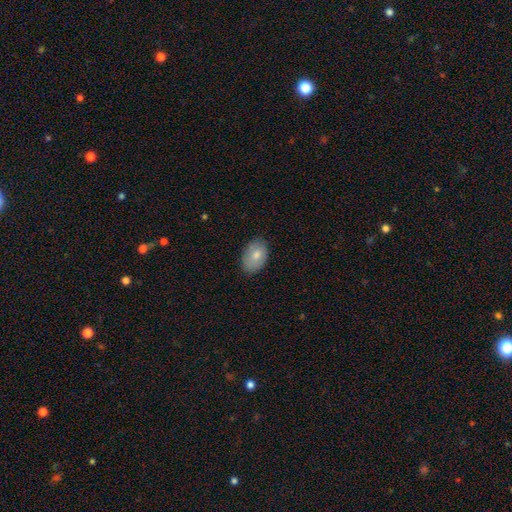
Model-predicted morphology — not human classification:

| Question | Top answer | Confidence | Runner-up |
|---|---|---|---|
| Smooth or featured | smooth | 80% | featured or disk (13%) |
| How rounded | in between | 85% | round (14%) |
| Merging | none | 81% | minor disturbance (15%) |